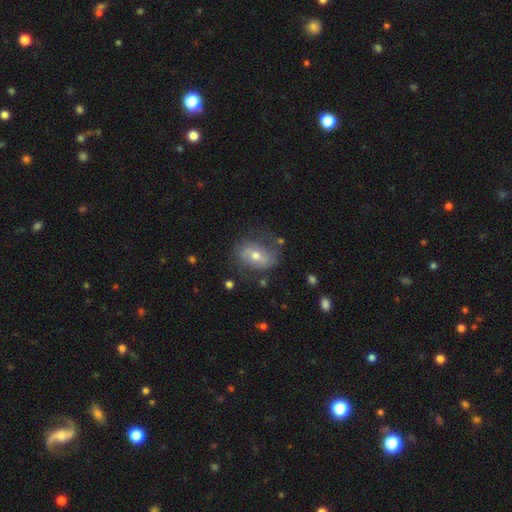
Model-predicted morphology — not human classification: Smooth or featured? Predicted: featured or disk (p=0.56). Edge-on disk? Predicted: no (p=0.92). Bar? Predicted: weak (p=0.37). Spiral arms? Predicted: yes (p=0.64). Bulge size? Predicted: moderate (p=0.64). Merging? Predicted: none (p=0.67).